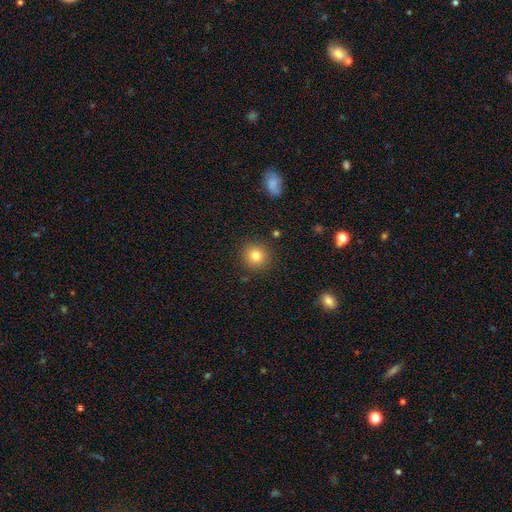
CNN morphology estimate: The model was most divided on "smooth or featured": smooth: 82%, star or artifact: 11%, featured or disk: 7%. More confident: how rounded — round (93%); merging — none (89%).